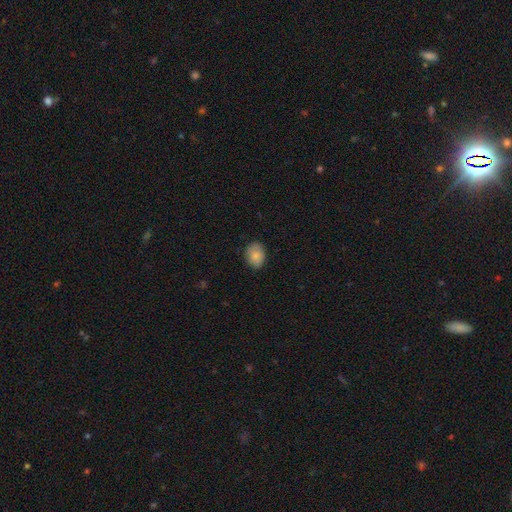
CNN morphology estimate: Overall: smooth (84%). How rounded: in between (66%; round 33%). Merging: none (82%).